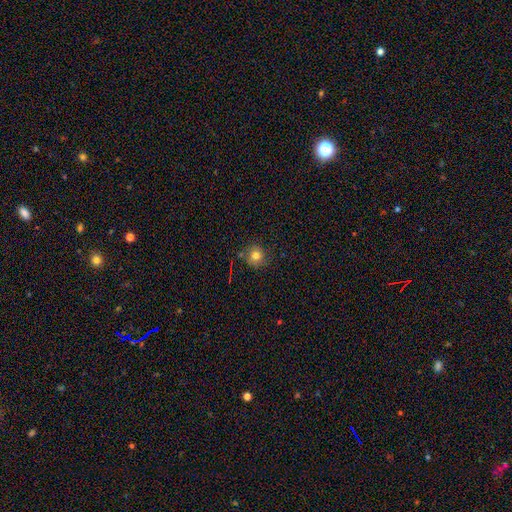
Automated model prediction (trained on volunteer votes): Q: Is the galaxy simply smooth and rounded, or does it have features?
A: smooth — 77%.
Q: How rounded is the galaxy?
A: round — 88%.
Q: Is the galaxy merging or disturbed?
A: none — 75%.